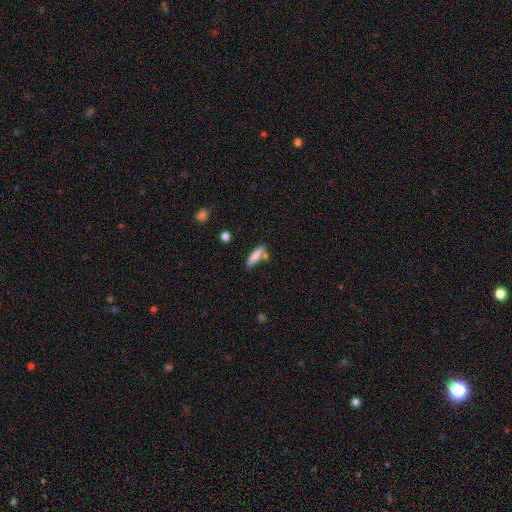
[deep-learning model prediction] Smooth or featured?
  - smooth: 78% *
  - featured or disk: 15%
  - star or artifact: 7%
How rounded?
  - cigar-shaped: 73% *
  - in between: 25%
  - round: 2%
Merging?
  - none: 66% *
  - merger: 15%
  - minor disturbance: 14%
  - major disturbance: 4%